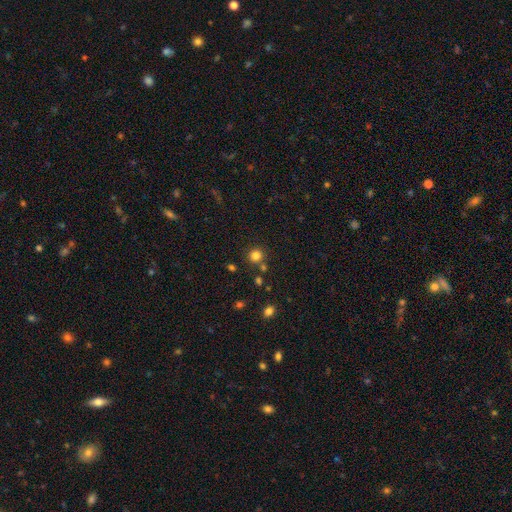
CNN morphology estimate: The model was most divided on "smooth or featured": smooth: 80%, star or artifact: 15%, featured or disk: 5%. More confident: how rounded — round (92%); merging — none (80%).